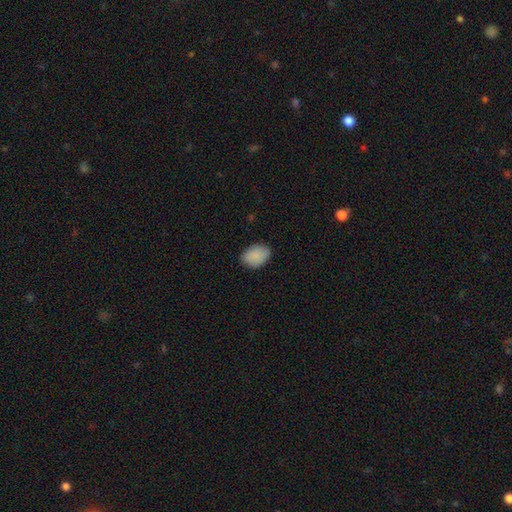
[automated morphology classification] smooth_or_featured: smooth (p=0.88) [alt: star or artifact p=0.07]
how_rounded: in between (p=0.74) [alt: round p=0.25]
merging: none (p=0.82) [alt: minor disturbance p=0.15]